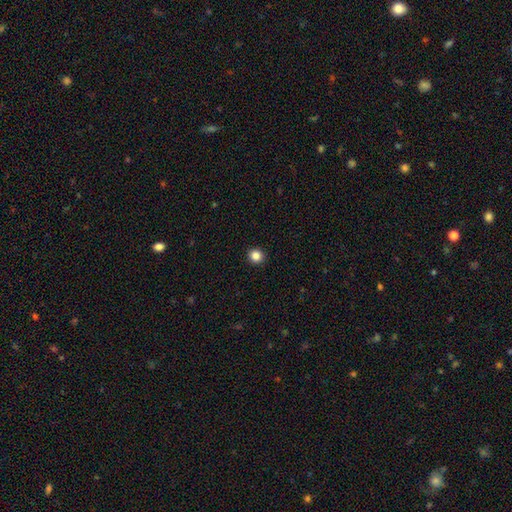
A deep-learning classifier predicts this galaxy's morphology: Smooth or featured? smooth (85%)
How rounded? round (93%)
Merging? none (93%)